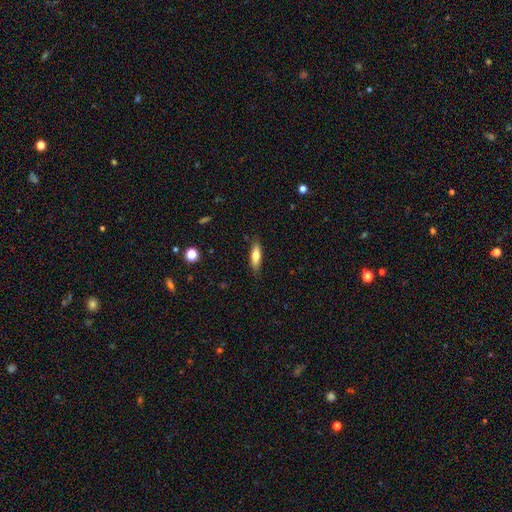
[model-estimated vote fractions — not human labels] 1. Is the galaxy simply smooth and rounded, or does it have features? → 72% smooth, 22% featured or disk, 7% star or artifact.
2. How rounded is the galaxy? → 50% in between, 48% cigar-shaped, 2% round.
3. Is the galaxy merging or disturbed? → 85% none, 12% minor disturbance, 2% major disturbance, 1% merger.